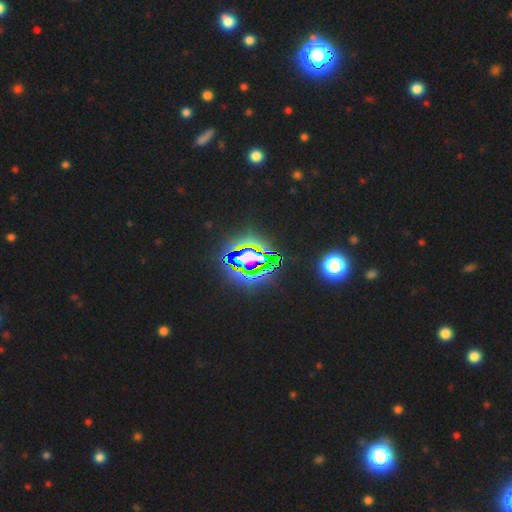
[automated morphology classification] A star or artifact, not a galaxy (67%).